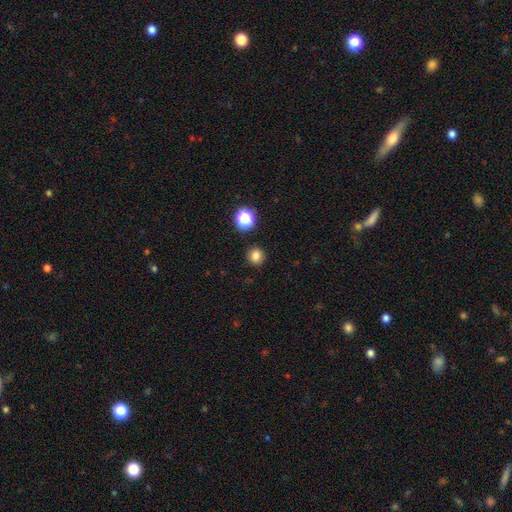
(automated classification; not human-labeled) Smooth or featured? smooth (81%)
How rounded? round (89%)
Merging? none (90%)